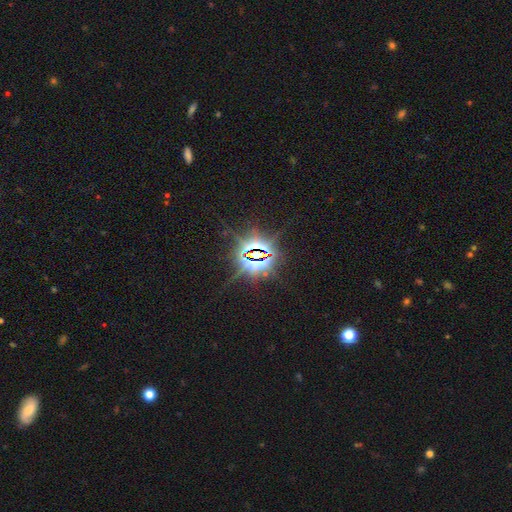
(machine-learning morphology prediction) star or artifact 86%, featured or disk 7%, smooth 7%.